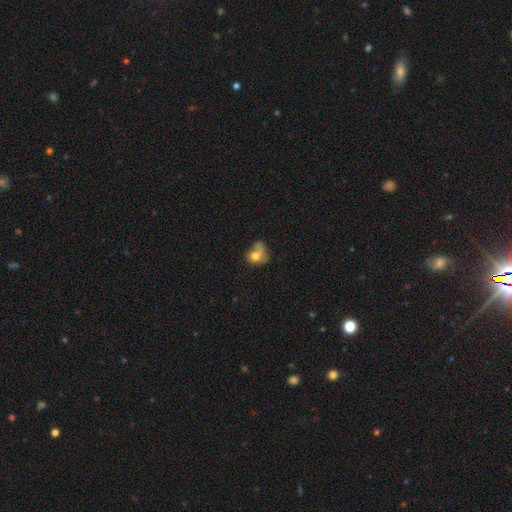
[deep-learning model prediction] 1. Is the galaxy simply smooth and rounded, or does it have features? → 66% smooth, 23% featured or disk, 11% star or artifact.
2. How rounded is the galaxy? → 58% round, 41% in between, 1% cigar-shaped.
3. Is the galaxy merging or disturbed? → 30% none, 29% major disturbance, 25% minor disturbance, 17% merger.